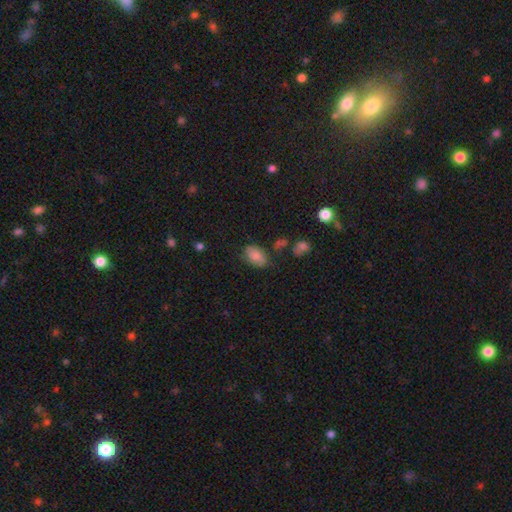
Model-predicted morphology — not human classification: Smooth or featured?
  - smooth: 81% *
  - featured or disk: 10%
  - star or artifact: 8%
How rounded?
  - in between: 91% *
  - round: 8%
  - cigar-shaped: 2%
Merging?
  - none: 70% *
  - minor disturbance: 20%
  - major disturbance: 6%
  - merger: 4%